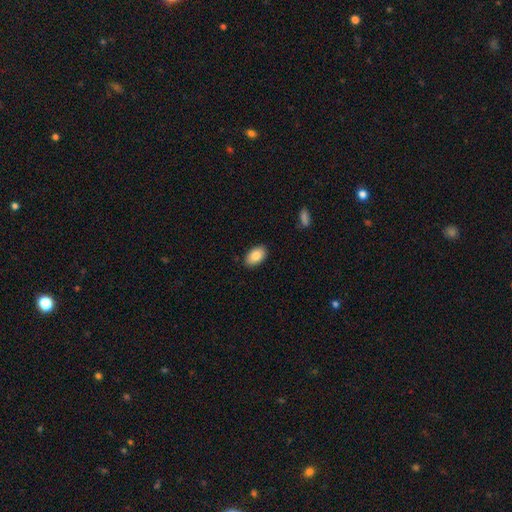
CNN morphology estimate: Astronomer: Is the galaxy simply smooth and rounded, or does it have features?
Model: smooth — 84%.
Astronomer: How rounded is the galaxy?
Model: in between — 92%.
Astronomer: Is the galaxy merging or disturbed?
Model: none — 88%.